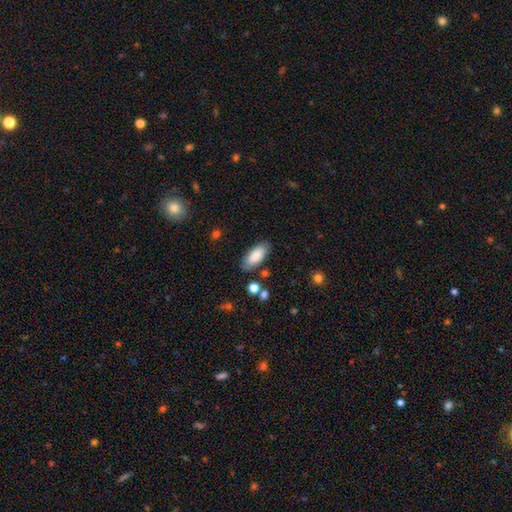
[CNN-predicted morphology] The model was most divided on "merging": none: 83%, minor disturbance: 12%, major disturbance: 3%, merger: 2%. More confident: smooth or featured — smooth (86%); how rounded — in between (86%).